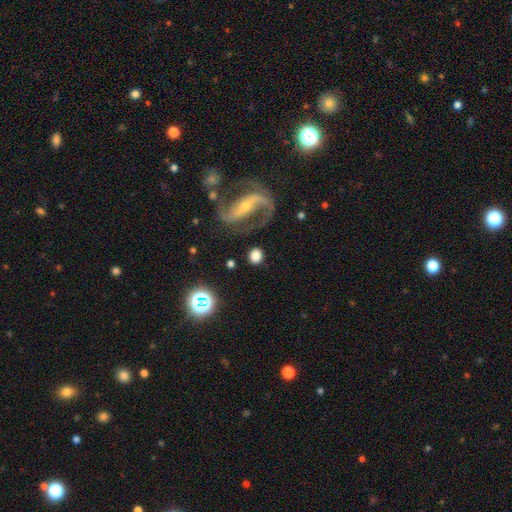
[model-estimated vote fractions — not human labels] The model was most divided on "smooth or featured": smooth: 51%, featured or disk: 38%, star or artifact: 10%. More confident: merging — none (80%); how rounded — round (71%).